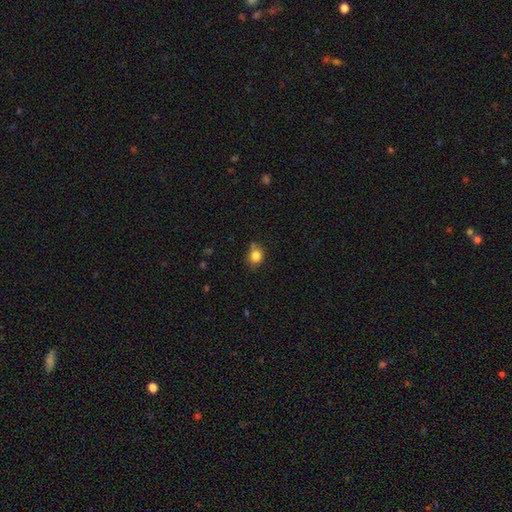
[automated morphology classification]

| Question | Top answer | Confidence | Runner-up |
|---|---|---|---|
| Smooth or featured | smooth | 83% | star or artifact (11%) |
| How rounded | round | 63% | in between (36%) |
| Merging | none | 66% | minor disturbance (22%) |